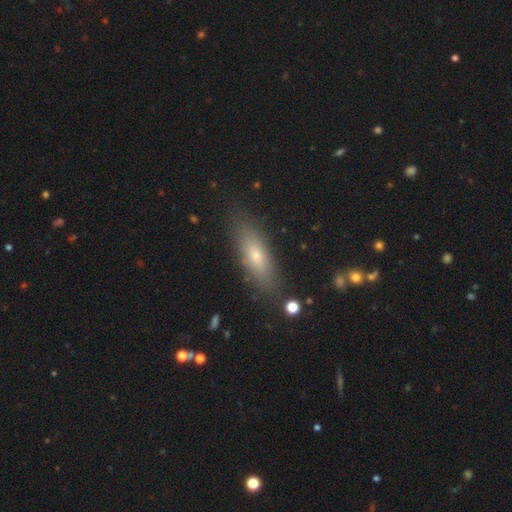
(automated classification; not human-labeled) Morphology: type=smooth (67%); roundness=in between (51%); merging=none (84%).